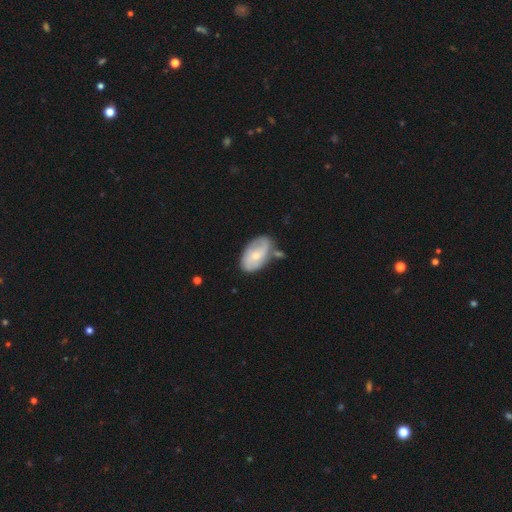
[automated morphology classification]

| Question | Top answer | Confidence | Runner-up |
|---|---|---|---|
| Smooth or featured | featured or disk | 59% | smooth (36%) |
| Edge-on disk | no | 95% | yes (5%) |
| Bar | no | 60% | weak (33%) |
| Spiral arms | yes | 76% | no (24%) |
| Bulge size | small | 53% | moderate (43%) |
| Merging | none | 57% | minor disturbance (24%) |